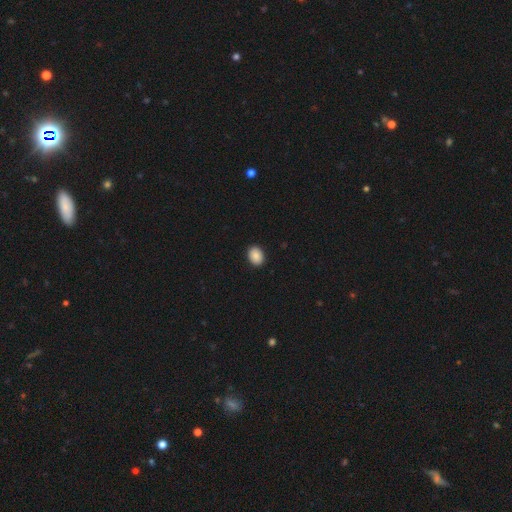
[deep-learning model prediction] smooth-or-featured: smooth: 87% | star or artifact: 8% | featured or disk: 5%
  how-rounded: in between: 60% | round: 39% | cigar-shaped: 1%
  merging: none: 91% | minor disturbance: 6% | major disturbance: 2% | merger: 1%